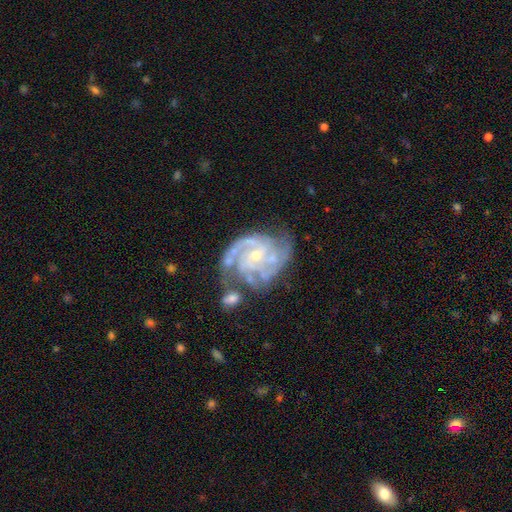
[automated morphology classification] smooth-or-featured: featured or disk: 90% | star or artifact: 5% | smooth: 4%
  disk-edge-on: no: 98% | yes: 2%
    bar: no: 63% | weak: 29% | strong: 8%
    has-spiral-arms: yes: 98% | no: 2%
      spiral-winding: tight: 56% | medium: 38% | loose: 6%
      spiral-arm-count: 3: 36% | 2: 24% | 4: 15% | can't tell: 14% | more than 4: 6% | 1: 5%
    bulge-size: small: 70% | moderate: 26% | none: 2% | large: 1% | dominant: 1%
  merging: none: 55% | minor disturbance: 23% | major disturbance: 13% | merger: 10%